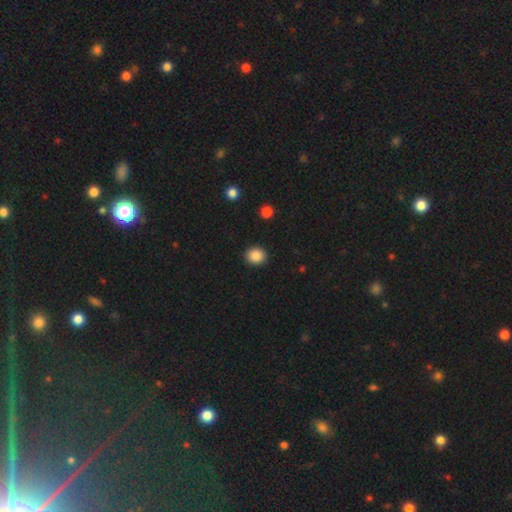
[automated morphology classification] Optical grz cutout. It shows a smooth galaxy with no disk features (87%) that is round (79%). Merging: none (91%).